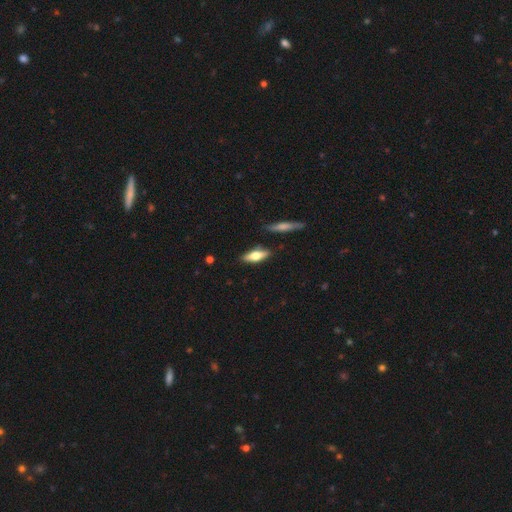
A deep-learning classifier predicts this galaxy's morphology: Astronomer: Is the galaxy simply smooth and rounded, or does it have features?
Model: smooth — 56% (runner-up: featured or disk, 38%).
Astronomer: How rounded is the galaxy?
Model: in between — 53% (runner-up: cigar-shaped, 44%).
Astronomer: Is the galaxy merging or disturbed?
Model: none — 84%.